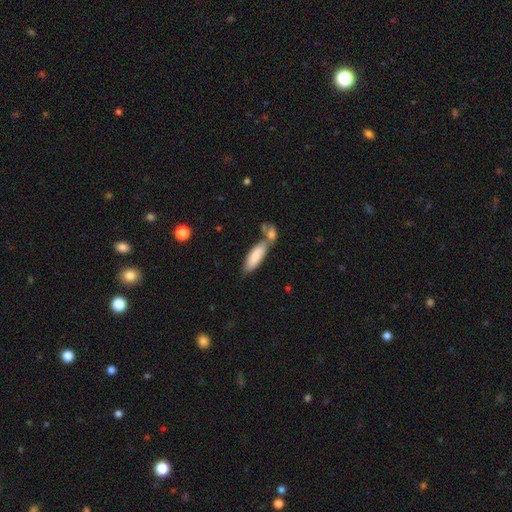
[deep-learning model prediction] This appears to be a smooth galaxy with no disk features (83%) that is in between round and cigar-shaped (57%). Merging: none (45%).